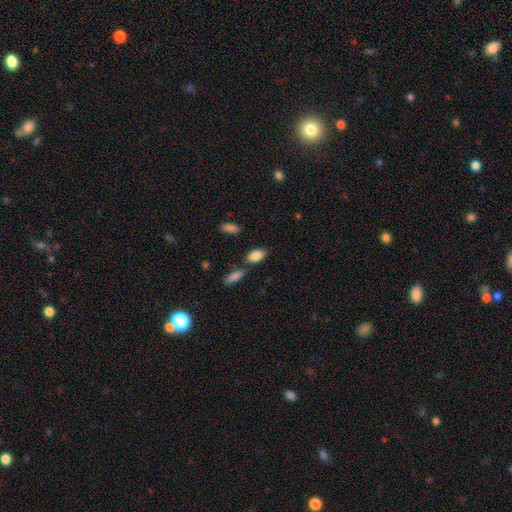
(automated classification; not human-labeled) Smooth or featured?
  - smooth: 86% *
  - star or artifact: 7%
  - featured or disk: 7%
How rounded?
  - in between: 91% *
  - round: 5%
  - cigar-shaped: 4%
Merging?
  - none: 72% *
  - merger: 12%
  - minor disturbance: 12%
  - major disturbance: 3%